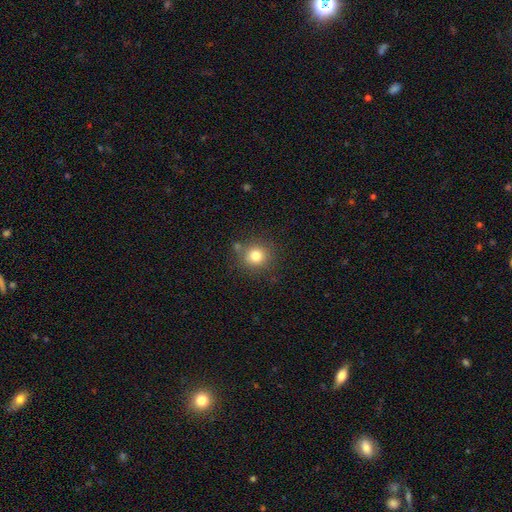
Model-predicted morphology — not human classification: Smooth or featured? smooth (80%)
How rounded? round (89%)
Merging? none (79%)